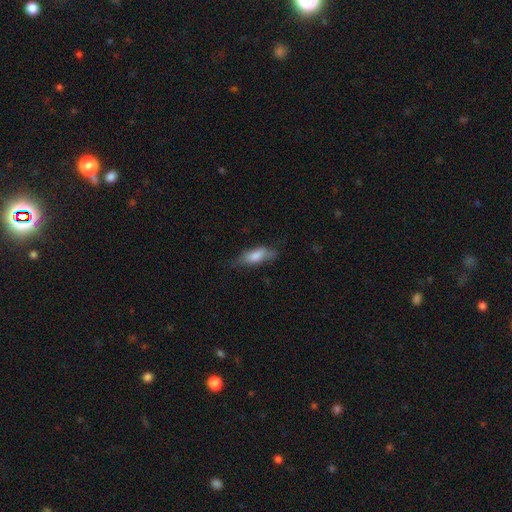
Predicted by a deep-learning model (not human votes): smooth 67%, featured or disk 25%, star or artifact 9%. Down the decision tree: how rounded — in between (58%); merging — none (59%).